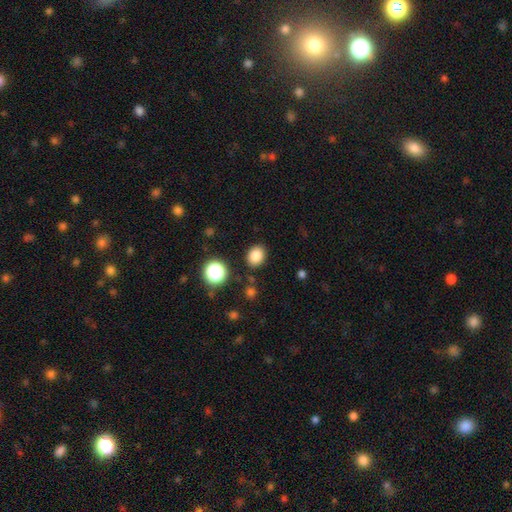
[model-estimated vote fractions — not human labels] Morphology: type=smooth (83%); roundness=round (50%); merging=none (86%).